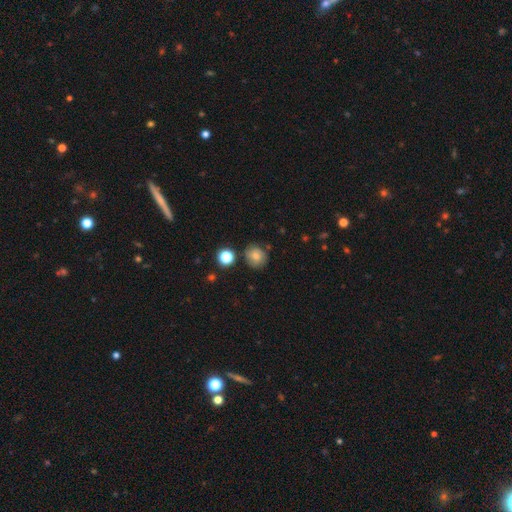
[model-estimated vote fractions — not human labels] A smooth galaxy with no disk features (70%) that is round (86%).

Vote fractions:
- Smooth or featured? smooth: 70% / featured or disk: 17% / star or artifact: 13%
- How rounded? round: 86% / in between: 13% / cigar-shaped: 1%
- Merging? none: 77% / minor disturbance: 14% / merger: 5% / major disturbance: 4%